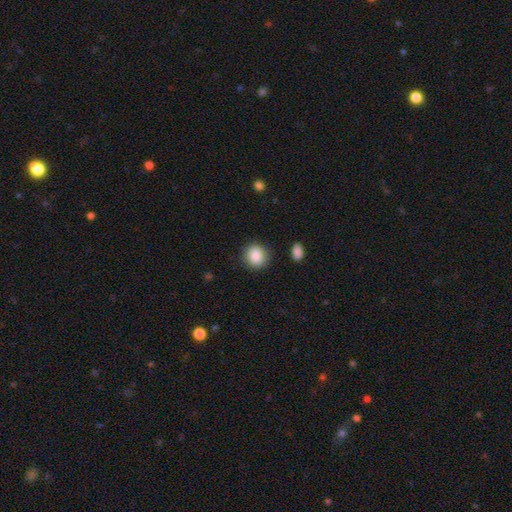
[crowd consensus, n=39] Overall: smooth (95%). How rounded: round (92%). Merging: none (92%).